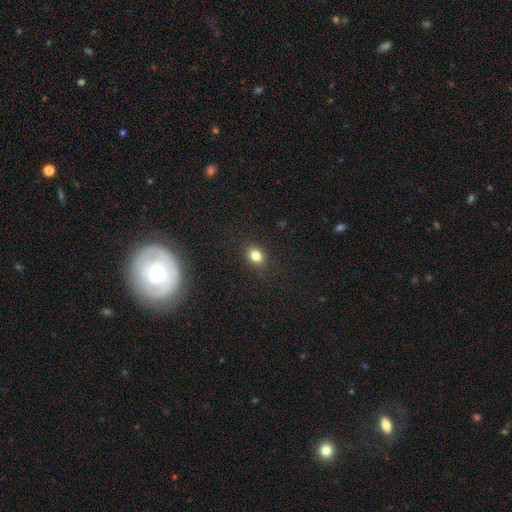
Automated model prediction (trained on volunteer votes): Smooth or featured: smooth — 80% (star or artifact — 13%)
How rounded: in between — 60% (round — 38%)
Merging: none — 87% (minor disturbance — 9%)